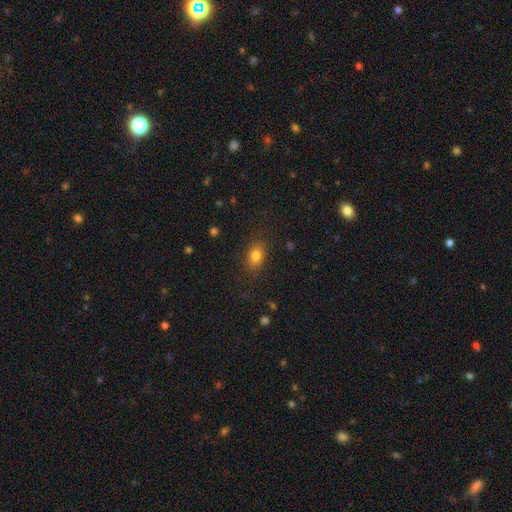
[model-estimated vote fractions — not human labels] A smooth galaxy with no disk features (80%) that is in between round and cigar-shaped (72%).

Vote fractions:
- Smooth or featured? smooth: 80% / star or artifact: 11% / featured or disk: 8%
- How rounded? in between: 72% / round: 26% / cigar-shaped: 2%
- Merging? none: 83% / minor disturbance: 12% / major disturbance: 4% / merger: 1%